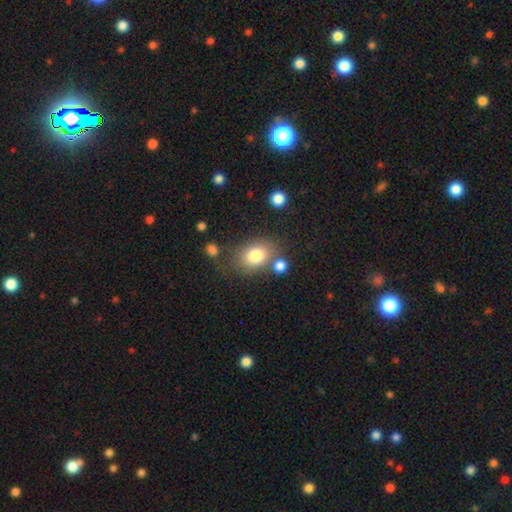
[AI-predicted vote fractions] A smooth galaxy with no disk features (79%) that is in between round and cigar-shaped (68%).

Vote fractions:
- Smooth or featured? smooth: 79% / featured or disk: 11% / star or artifact: 9%
- How rounded? in between: 68% / round: 31% / cigar-shaped: 1%
- Merging? none: 63% / minor disturbance: 16% / merger: 15% / major disturbance: 7%